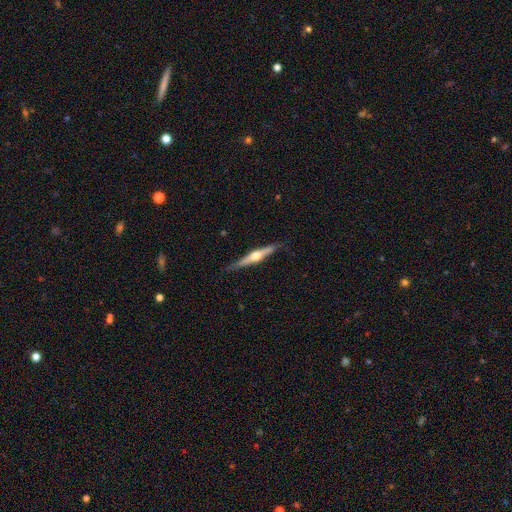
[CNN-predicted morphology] This appears to be a featured or disk galaxy (74%) viewed edge-on (98%) with a rounded central bulge (95%). Merging: none (85%).